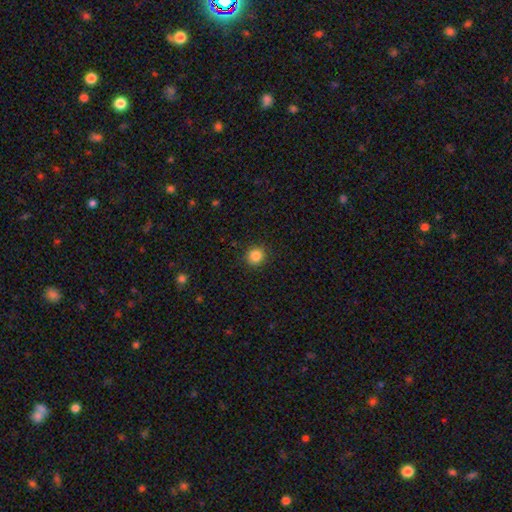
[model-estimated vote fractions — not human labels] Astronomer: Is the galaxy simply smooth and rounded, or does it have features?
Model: smooth — 85%.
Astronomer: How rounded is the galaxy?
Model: round — 90%.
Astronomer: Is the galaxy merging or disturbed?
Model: none — 90%.